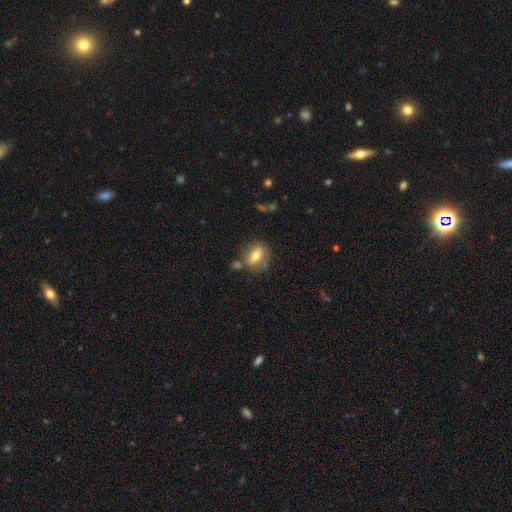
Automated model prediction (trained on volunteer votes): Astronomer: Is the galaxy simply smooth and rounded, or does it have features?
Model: smooth — 67%.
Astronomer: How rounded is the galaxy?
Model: in between — 64%.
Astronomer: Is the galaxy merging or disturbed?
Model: none — 64%.